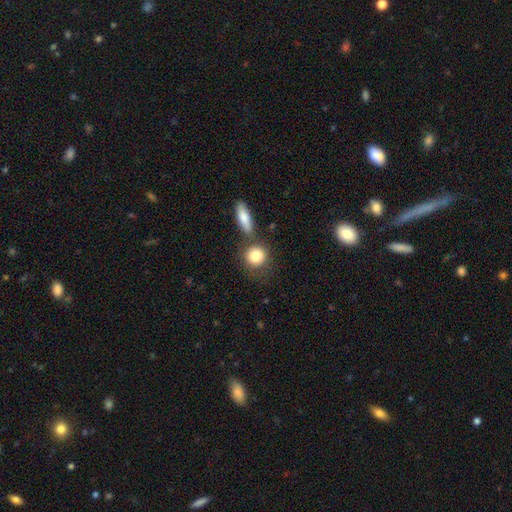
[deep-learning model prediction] smooth_or_featured: smooth (p=0.83) [alt: featured or disk p=0.09]
how_rounded: round (p=0.82) [alt: in between p=0.16]
merging: none (p=0.63) [alt: merger p=0.20]